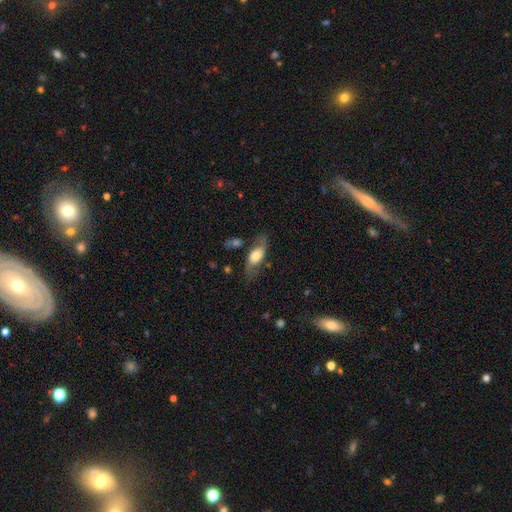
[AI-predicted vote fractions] A smooth galaxy with no disk features (51%) that is in between round and cigar-shaped (79%).

Vote fractions:
- Smooth or featured? smooth: 51% / featured or disk: 42% / star or artifact: 7%
- How rounded? in between: 79% / cigar-shaped: 17% / round: 5%
- Merging? none: 66% / minor disturbance: 20% / major disturbance: 9% / merger: 5%